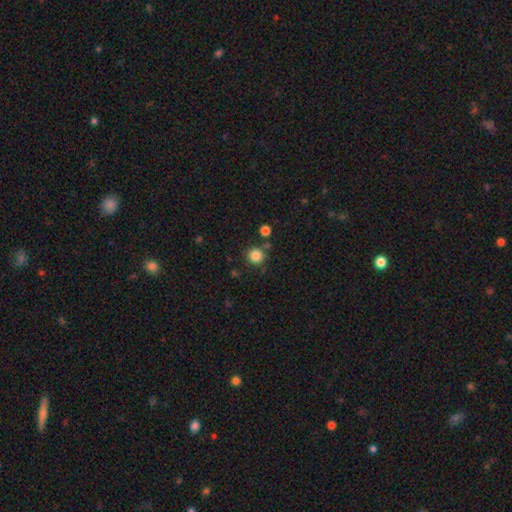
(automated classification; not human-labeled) Q: Smooth or featured?
A: smooth (84%); runner-up: star or artifact (12%)
Q: How rounded?
A: round (93%); runner-up: in between (6%)
Q: Merging?
A: none (79%); runner-up: minor disturbance (9%)